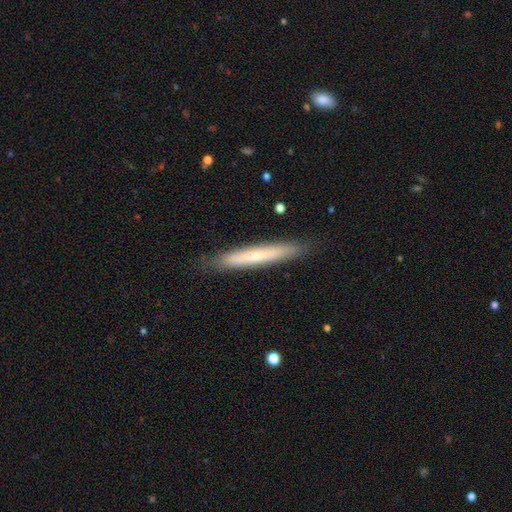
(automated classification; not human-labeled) Smooth or featured?
  - smooth: 61% *
  - featured or disk: 33%
  - star or artifact: 6%
How rounded?
  - cigar-shaped: 96% *
  - in between: 3%
  - round: 1%
Merging?
  - none: 87% *
  - minor disturbance: 10%
  - major disturbance: 2%
  - merger: 1%